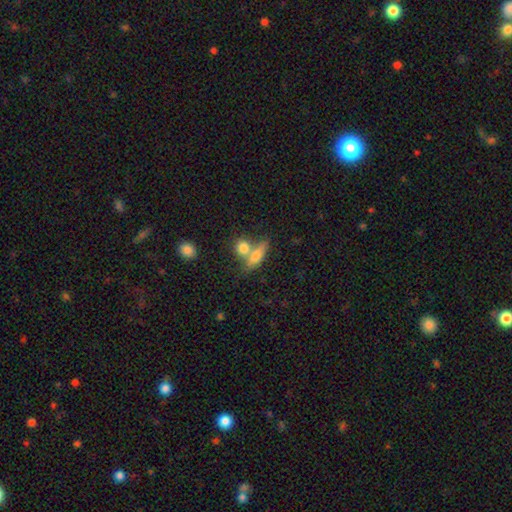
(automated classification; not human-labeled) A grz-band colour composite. It shows a smooth galaxy with no disk features (68%) that is in between round and cigar-shaped (50%). Merging: merger (47%).